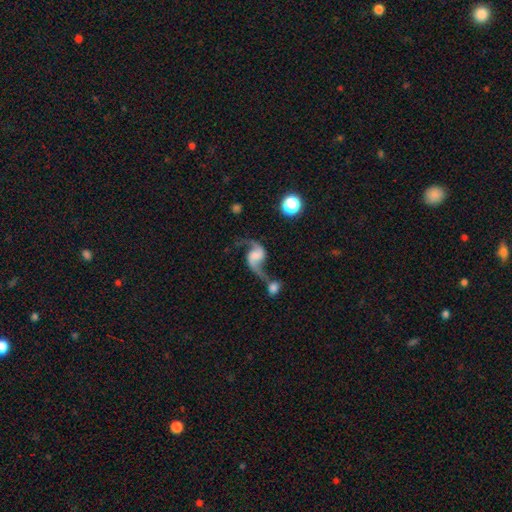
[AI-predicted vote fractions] Smooth or featured: featured or disk — 87% (smooth — 7%)
Edge-on disk: no — 98% (yes — 2%)
Bar: no — 48% (weak — 39%)
Spiral arms: yes — 96% (no — 4%)
Spiral winding: loose — 84% (medium — 13%)
Spiral arm count: 2 — 93% (1 — 3%)
Bulge size: none — 45% (small — 18%)
Merging: none — 42% (merger — 33%)